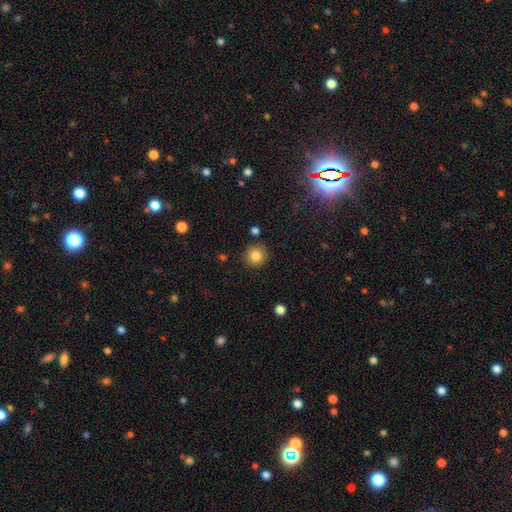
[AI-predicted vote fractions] Morphology: type=smooth (82%); roundness=round (93%); merging=none (89%).